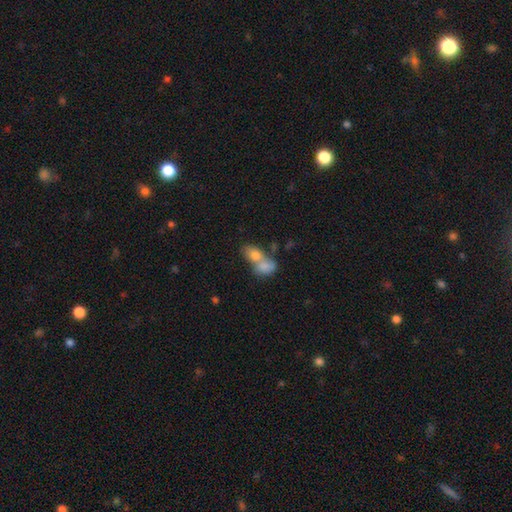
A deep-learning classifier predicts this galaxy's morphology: Q: Smooth or featured?
A: smooth (77%); runner-up: featured or disk (14%)
Q: How rounded?
A: in between (77%); runner-up: round (20%)
Q: Merging?
A: merger (70%); runner-up: none (20%)